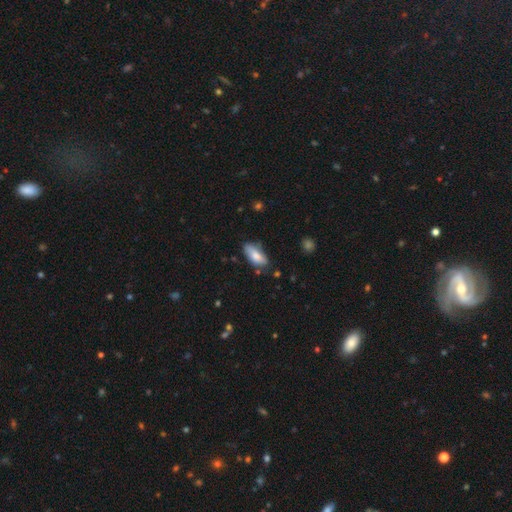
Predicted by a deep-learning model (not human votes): Smooth or featured? Predicted: smooth (p=0.78). How rounded? Predicted: in between (p=0.83). Merging? Predicted: none (p=0.67).